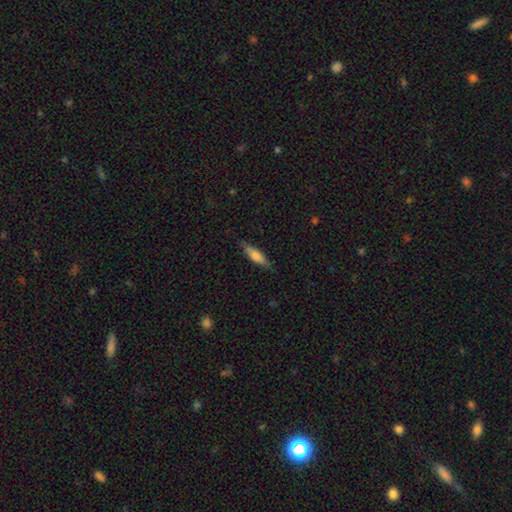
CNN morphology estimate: smooth 66%, featured or disk 28%, star or artifact 6%. Down the decision tree: how rounded — cigar-shaped (65%); merging — none (81%).